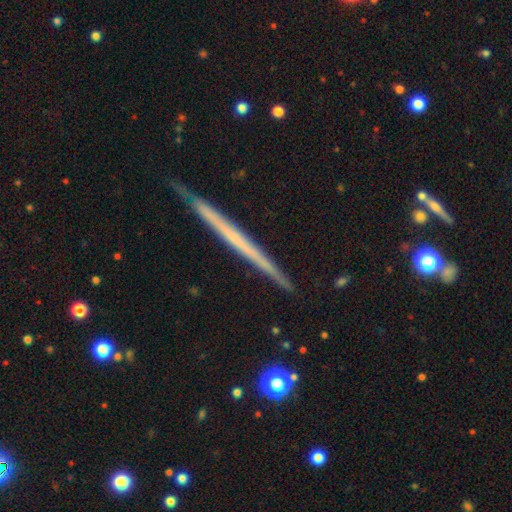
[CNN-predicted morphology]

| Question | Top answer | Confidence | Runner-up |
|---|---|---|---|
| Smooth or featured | featured or disk | 62% | smooth (33%) |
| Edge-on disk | yes | 98% | no (2%) |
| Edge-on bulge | none | 91% | rounded (6%) |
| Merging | none | 88% | minor disturbance (9%) |